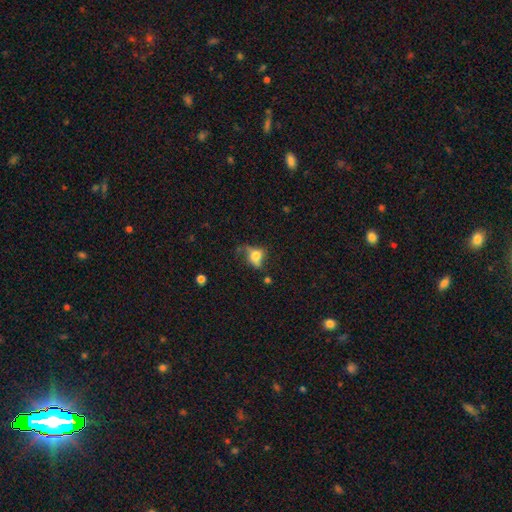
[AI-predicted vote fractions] smooth 56%, featured or disk 31%, star or artifact 13%. Down the decision tree: how rounded — in between (64%); merging — none (36%).